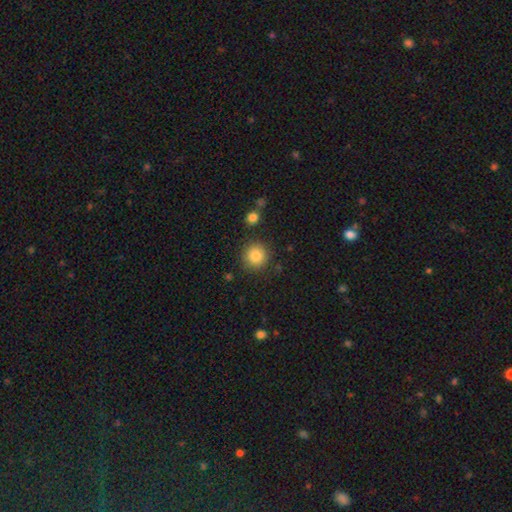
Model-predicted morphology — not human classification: This is clearly a smooth galaxy (84%). How rounded: clearly round (92%). Merging: clearly none (88%).